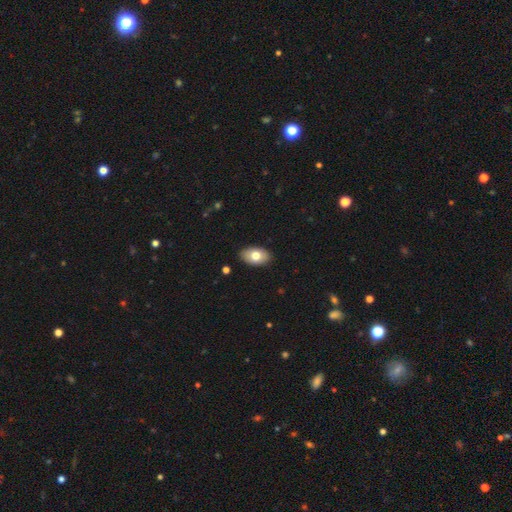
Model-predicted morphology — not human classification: The model was most divided on "smooth or featured": smooth: 74%, featured or disk: 19%, star or artifact: 7%. More confident: how rounded — in between (92%); merging — none (88%).